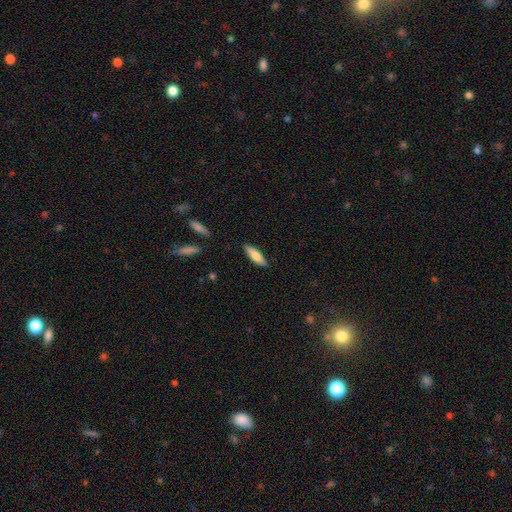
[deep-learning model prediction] Overall: smooth (73%). How rounded: cigar-shaped (60%; in between 38%). Merging: none (87%).